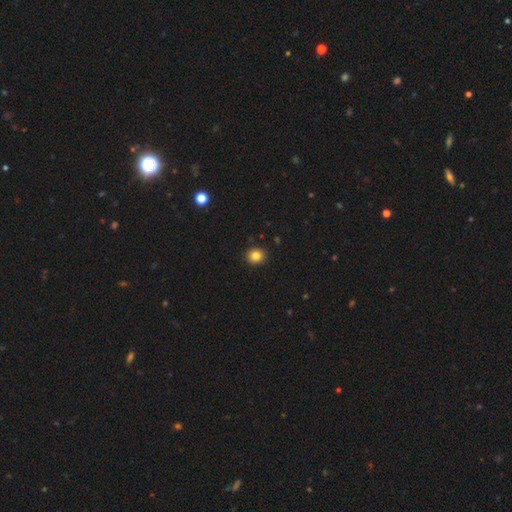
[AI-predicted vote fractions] Overall: smooth (84%). How rounded: round (81%). Merging: none (92%).